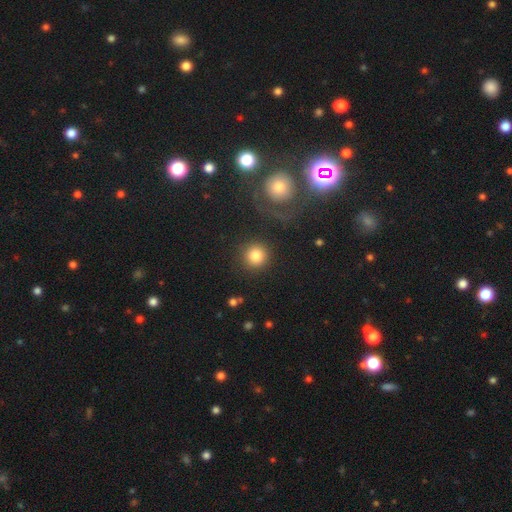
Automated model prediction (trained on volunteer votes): smooth-or-featured: smooth: 83% | star or artifact: 10% | featured or disk: 7%
  how-rounded: round: 94% | in between: 5% | cigar-shaped: 1%
  merging: none: 86% | minor disturbance: 7% | major disturbance: 4% | merger: 3%